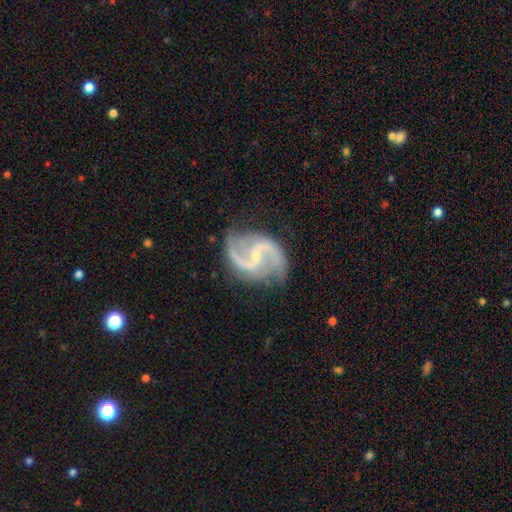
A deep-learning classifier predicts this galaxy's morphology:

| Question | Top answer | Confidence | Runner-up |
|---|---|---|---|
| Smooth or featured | featured or disk | 93% | star or artifact (4%) |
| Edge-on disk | no | 98% | yes (2%) |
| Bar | weak | 44% | no (30%) |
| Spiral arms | yes | 98% | no (2%) |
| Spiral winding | medium | 50% | loose (40%) |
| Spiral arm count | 2 | 94% | 3 (2%) |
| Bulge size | small | 76% | moderate (18%) |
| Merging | none | 77% | minor disturbance (16%) |